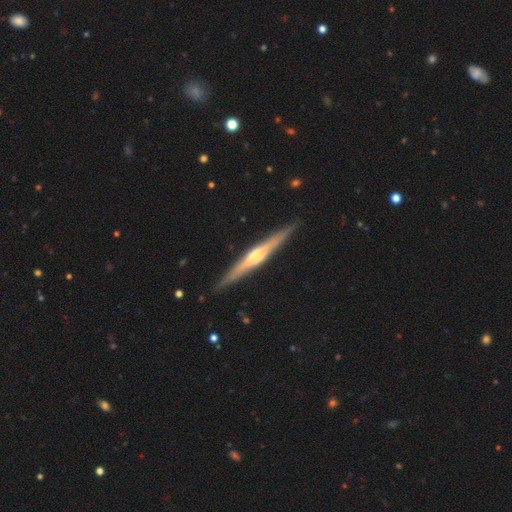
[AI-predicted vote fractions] Smooth or featured? Predicted: featured or disk (p=0.76). Edge-on disk? Predicted: yes (p=0.98). Edge-on bulge? Predicted: rounded (p=0.84). Merging? Predicted: none (p=0.90).